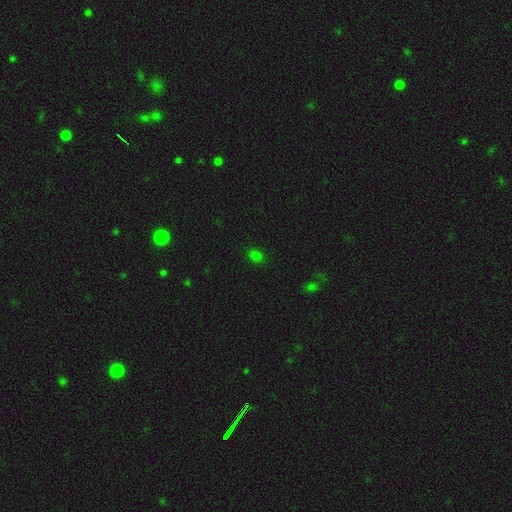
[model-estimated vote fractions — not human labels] Smooth or featured: smooth — 74% (star or artifact — 22%)
How rounded: in between — 66% (round — 32%)
Merging: none — 86% (minor disturbance — 10%)